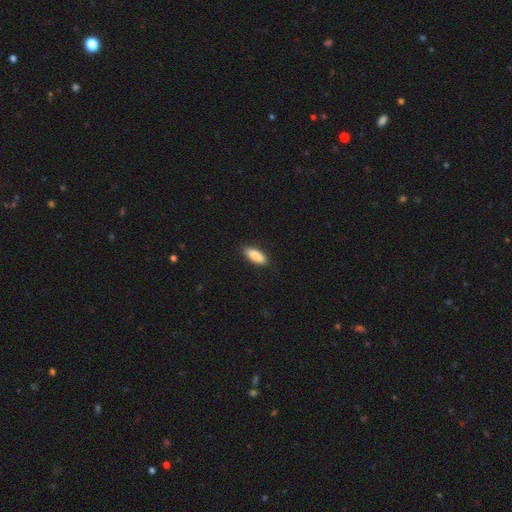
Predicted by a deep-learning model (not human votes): Smooth or featured? smooth (88%)
How rounded? in between (73%)
Merging? none (89%)